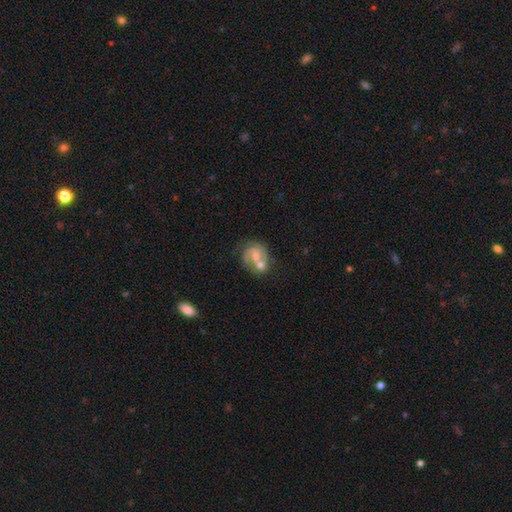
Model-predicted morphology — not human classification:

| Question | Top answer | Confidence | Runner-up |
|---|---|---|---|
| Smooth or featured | featured or disk | 64% | smooth (29%) |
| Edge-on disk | no | 98% | yes (2%) |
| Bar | no | 68% | weak (27%) |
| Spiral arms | yes | 74% | no (26%) |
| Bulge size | moderate | 55% | small (34%) |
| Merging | merger | 51% | none (26%) |